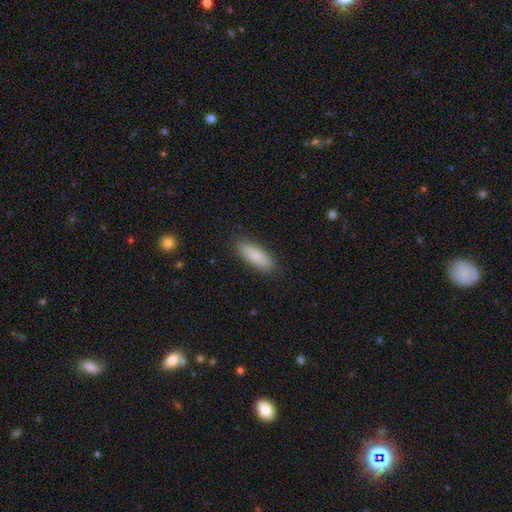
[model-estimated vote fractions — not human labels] A smooth galaxy with no disk features (87%) that is in between round and cigar-shaped (63%).

Vote fractions:
- Smooth or featured? smooth: 87% / featured or disk: 7% / star or artifact: 6%
- How rounded? in between: 63% / cigar-shaped: 35% / round: 2%
- Merging? none: 88% / minor disturbance: 9% / major disturbance: 2% / merger: 1%